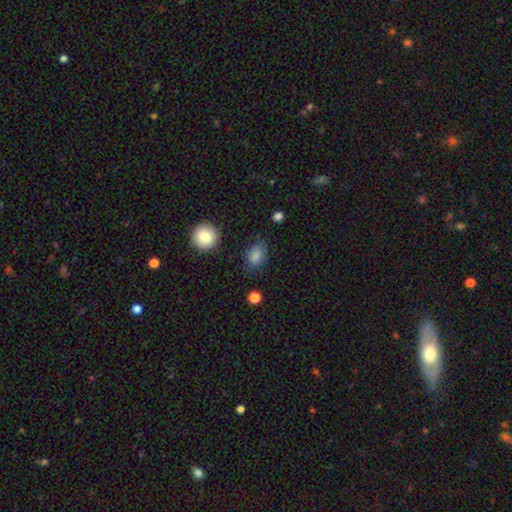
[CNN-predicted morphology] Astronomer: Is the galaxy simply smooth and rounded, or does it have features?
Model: smooth — 83%.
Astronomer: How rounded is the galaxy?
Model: in between — 67%.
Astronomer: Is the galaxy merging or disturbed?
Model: none — 61%.